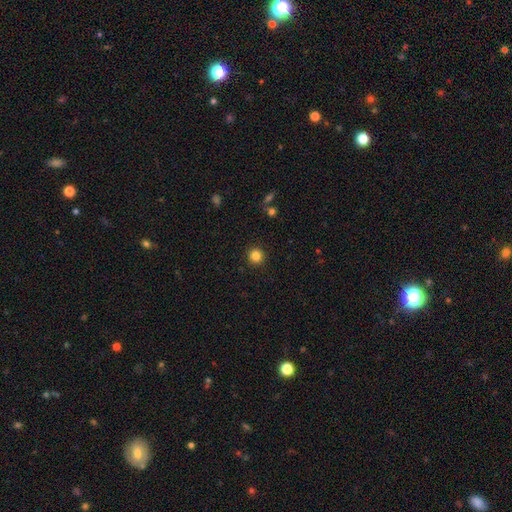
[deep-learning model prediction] smooth_or_featured: smooth (p=0.83) [alt: star or artifact p=0.12]
how_rounded: round (p=0.95) [alt: in between p=0.04]
merging: none (p=0.92) [alt: minor disturbance p=0.05]